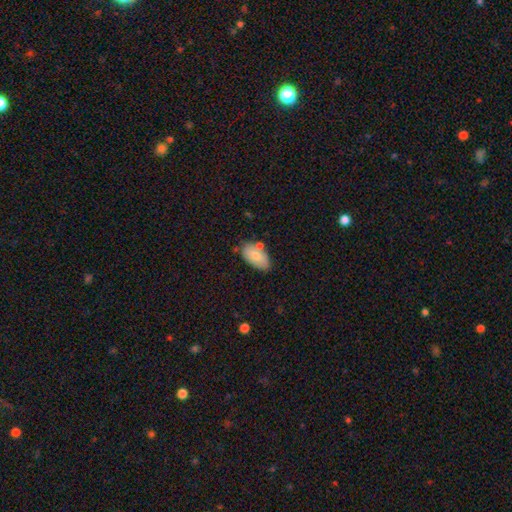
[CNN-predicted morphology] Q: Smooth or featured?
A: smooth (75%); runner-up: featured or disk (18%)
Q: How rounded?
A: in between (93%); runner-up: round (4%)
Q: Merging?
A: none (68%); runner-up: minor disturbance (18%)